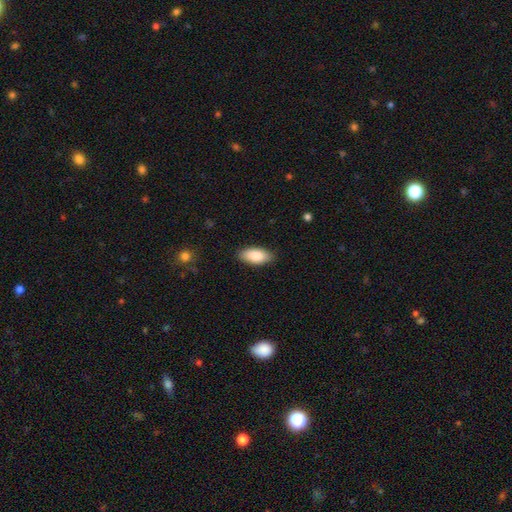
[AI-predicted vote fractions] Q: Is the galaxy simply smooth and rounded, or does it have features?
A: smooth — 87%.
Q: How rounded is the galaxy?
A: in between — 90%.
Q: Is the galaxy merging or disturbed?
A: none — 87%.